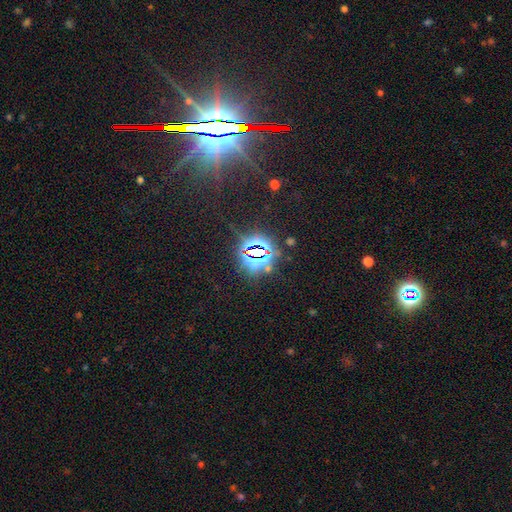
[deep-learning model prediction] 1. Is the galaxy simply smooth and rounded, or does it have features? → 79% star or artifact, 13% smooth, 8% featured or disk.